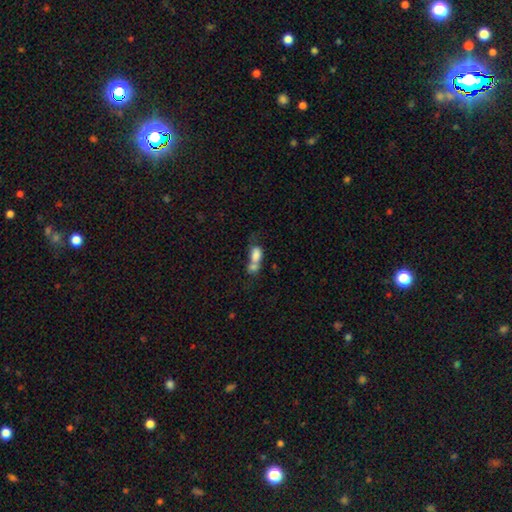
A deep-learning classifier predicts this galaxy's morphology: This is likely a smooth galaxy (74%). How rounded: likely in between (76%). Merging: likely merger (70%).